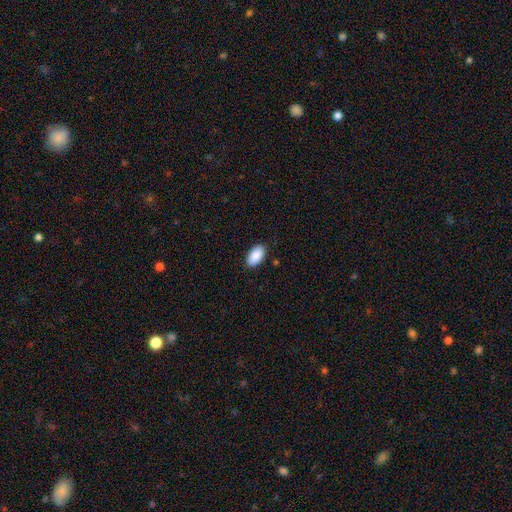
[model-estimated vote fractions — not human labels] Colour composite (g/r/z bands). It shows a smooth galaxy with no disk features (90%) that is in between round and cigar-shaped (95%). Merging: none (88%).